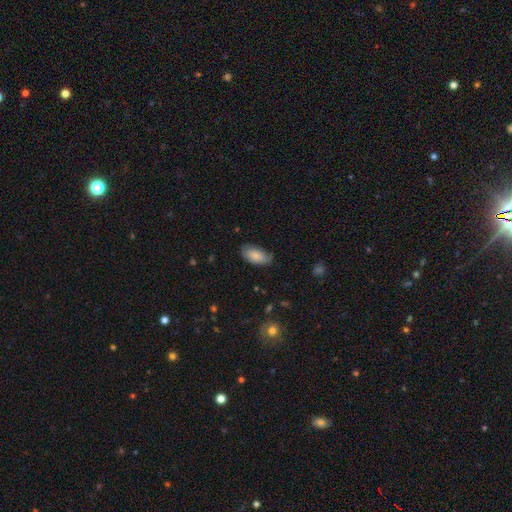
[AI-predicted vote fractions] smooth-or-featured: smooth: 79% | featured or disk: 15% | star or artifact: 6%
  how-rounded: in between: 94% | cigar-shaped: 3% | round: 3%
  merging: none: 68% | minor disturbance: 26% | major disturbance: 5% | merger: 1%